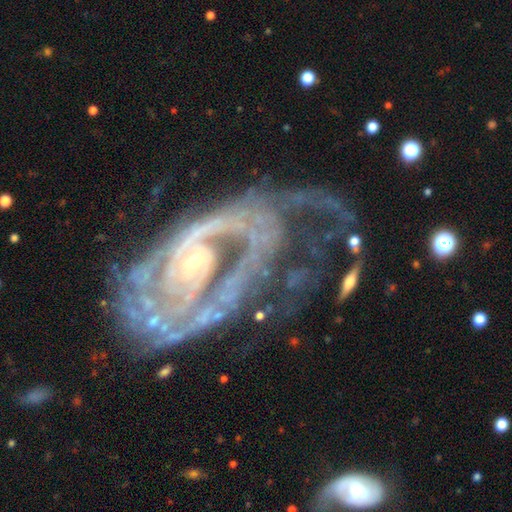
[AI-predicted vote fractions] Smooth or featured: featured or disk — 89% (star or artifact — 6%)
Edge-on disk: no — 97% (yes — 3%)
Bar: no — 62% (weak — 25%)
Spiral arms: yes — 92% (no — 8%)
Spiral winding: tight — 42% (medium — 38%)
Spiral arm count: 2 — 41% (can't tell — 21%)
Bulge size: small — 72% (moderate — 22%)
Merging: major disturbance — 43% (none — 32%)